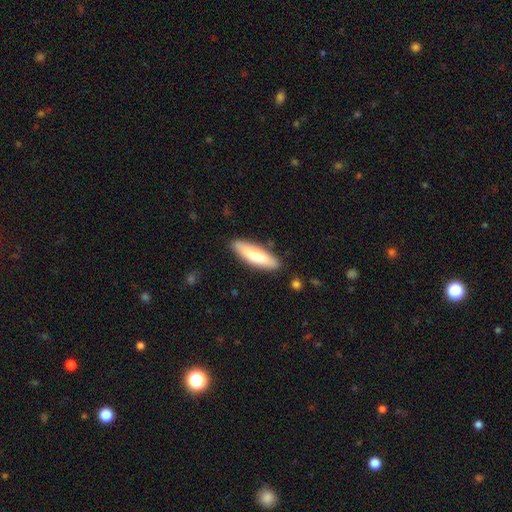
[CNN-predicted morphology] This appears to be a smooth galaxy with no disk features (73%) that is cigar-shaped (60%). Merging: none (85%).